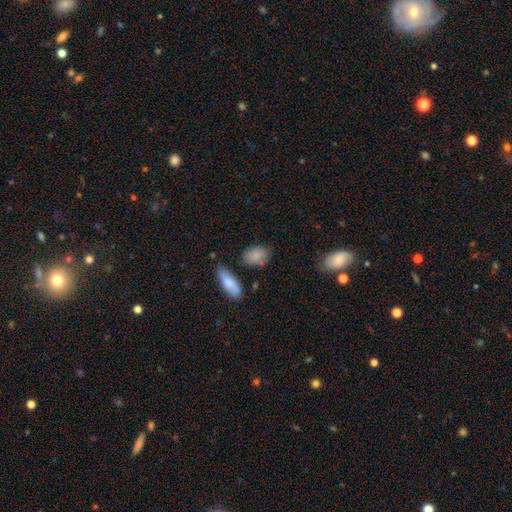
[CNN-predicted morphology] type=smooth (84%); roundness=in between (81%); merging=none (72%).